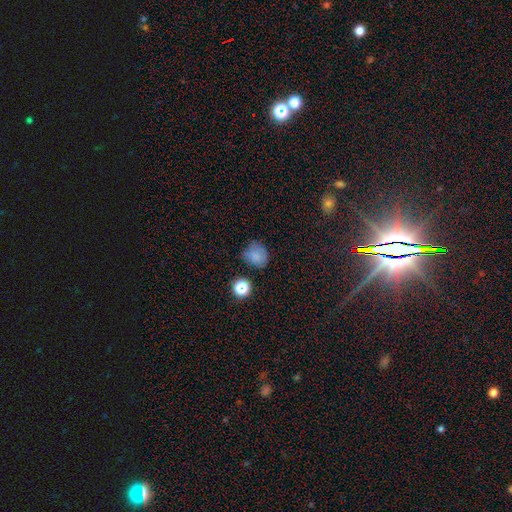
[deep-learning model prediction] A smooth galaxy with no disk features (74%) that is round (73%). Merging: none (66%).